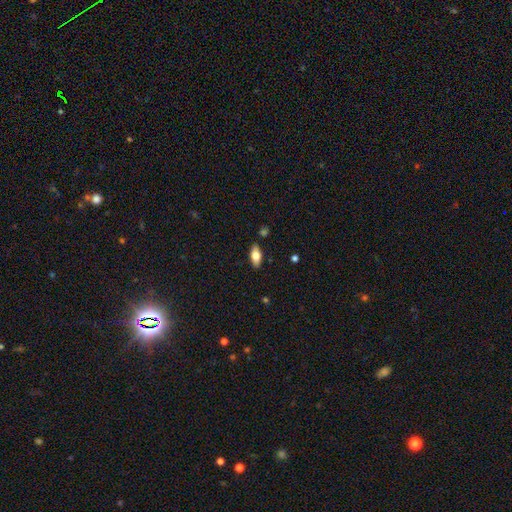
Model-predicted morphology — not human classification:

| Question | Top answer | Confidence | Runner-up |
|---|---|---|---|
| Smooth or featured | smooth | 68% | featured or disk (25%) |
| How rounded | in between | 83% | cigar-shaped (14%) |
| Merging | none | 86% | minor disturbance (10%) |